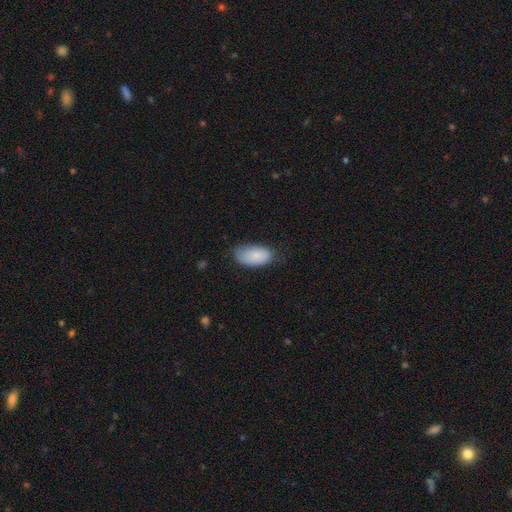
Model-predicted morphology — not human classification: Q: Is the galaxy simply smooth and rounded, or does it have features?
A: smooth — 82%.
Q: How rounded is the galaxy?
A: in between — 94%.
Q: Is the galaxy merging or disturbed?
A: none — 64%.